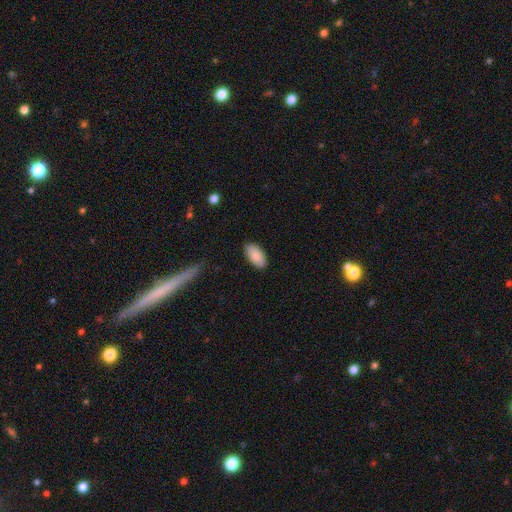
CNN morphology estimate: Smooth or featured: smooth — 88% (star or artifact — 6%)
How rounded: in between — 94% (cigar-shaped — 3%)
Merging: none — 86% (minor disturbance — 10%)